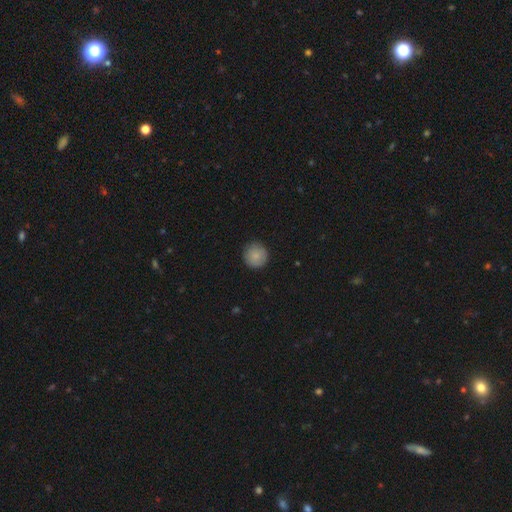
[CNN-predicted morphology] Q: Smooth or featured?
A: smooth (84%); runner-up: featured or disk (8%)
Q: How rounded?
A: round (95%); runner-up: in between (4%)
Q: Merging?
A: none (88%); runner-up: minor disturbance (9%)